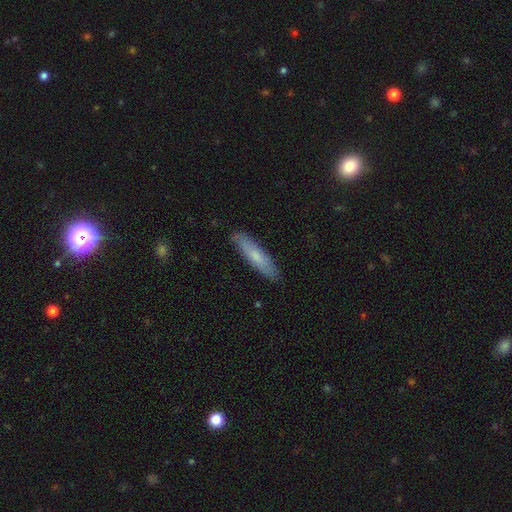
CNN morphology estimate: Smooth or featured: smooth — 68% (featured or disk — 26%)
How rounded: cigar-shaped — 83% (in between — 16%)
Merging: none — 87% (minor disturbance — 10%)